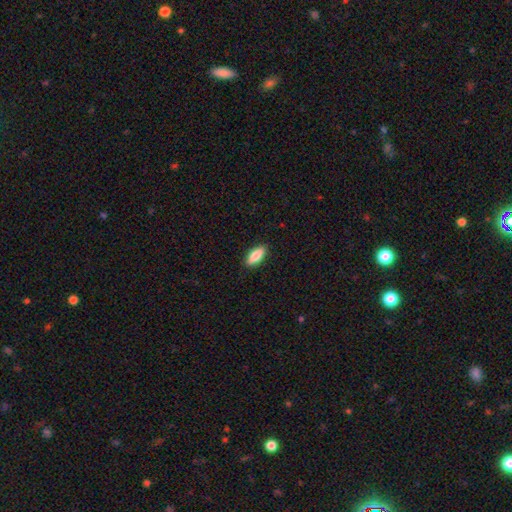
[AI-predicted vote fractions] Morphology: type=smooth (84%); roundness=in between (79%); merging=none (88%).